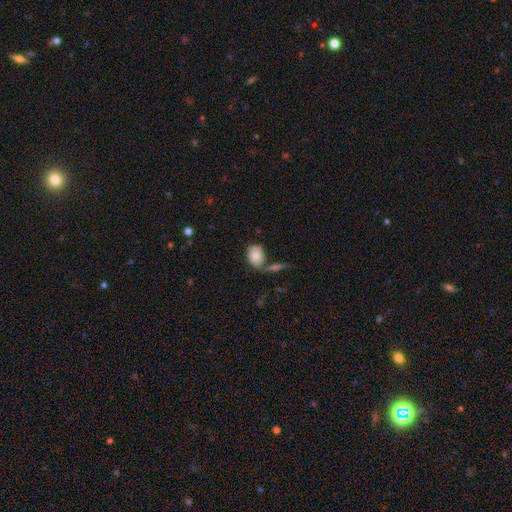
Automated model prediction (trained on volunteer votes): Smooth or featured? smooth (79%)
How rounded? in between (79%)
Merging? none (55%)